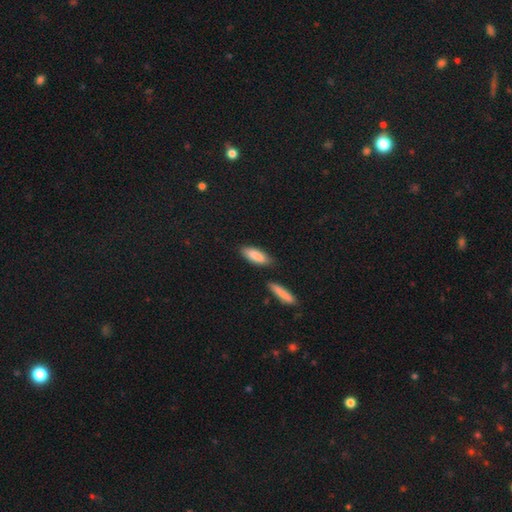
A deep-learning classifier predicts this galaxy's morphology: Overall: smooth (86%). How rounded: in between (63%; cigar-shaped 35%). Merging: none (76%).